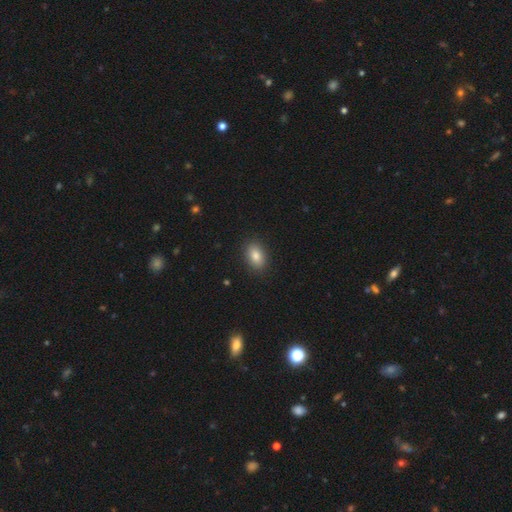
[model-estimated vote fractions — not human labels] A smooth galaxy with no disk features (84%) that is in between round and cigar-shaped (82%). Merging: none (89%).